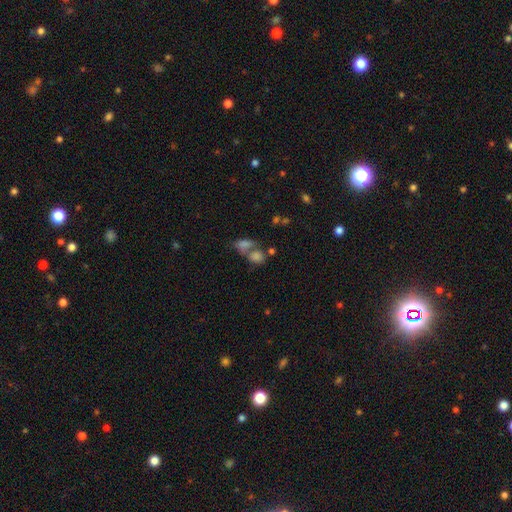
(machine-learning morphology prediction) smooth-or-featured: smooth: 68% | star or artifact: 17% | featured or disk: 15%
  how-rounded: in between: 61% | round: 35% | cigar-shaped: 4%
  merging: merger: 54% | none: 30% | minor disturbance: 9% | major disturbance: 7%